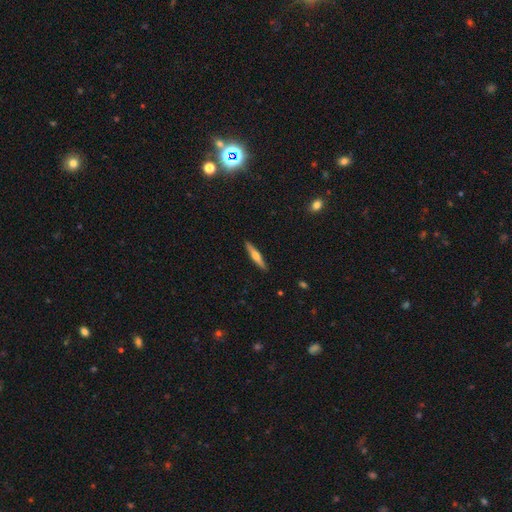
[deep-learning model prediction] A featured or disk galaxy (54%) viewed edge-on (96%) with a rounded central bulge (88%).

Vote fractions:
- Smooth or featured? featured or disk: 54% / smooth: 41% / star or artifact: 6%
- Edge-on disk? yes: 96% / no: 4%
- Edge-on bulge? rounded: 88% / none: 8% / boxy: 5%
- Merging? none: 91% / minor disturbance: 6% / major disturbance: 1% / merger: 1%